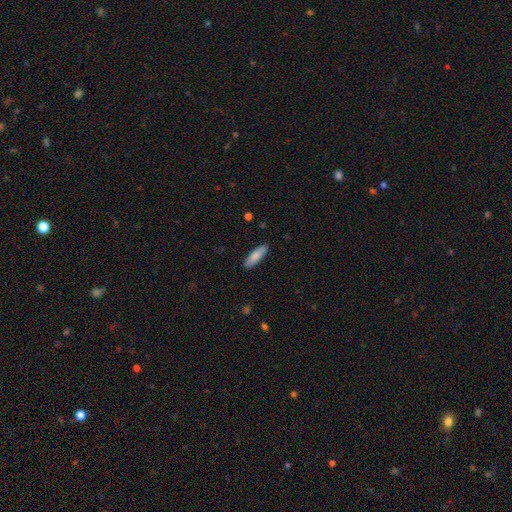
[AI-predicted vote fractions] smooth 85%, featured or disk 10%, star or artifact 5%. Down the decision tree: how rounded — cigar-shaped (50%); merging — none (88%).